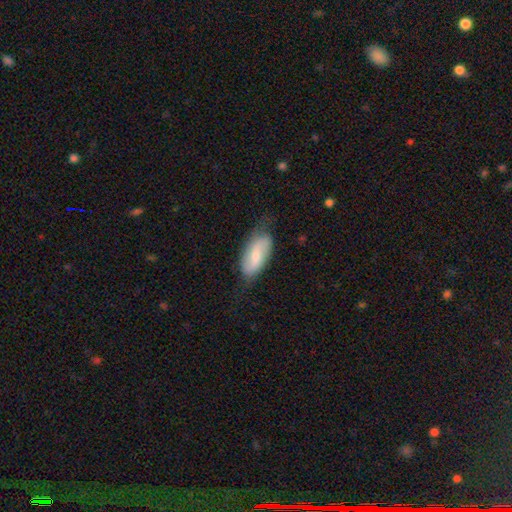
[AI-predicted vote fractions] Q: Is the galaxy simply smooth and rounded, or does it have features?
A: smooth — 49%.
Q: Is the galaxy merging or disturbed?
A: none — 66%.